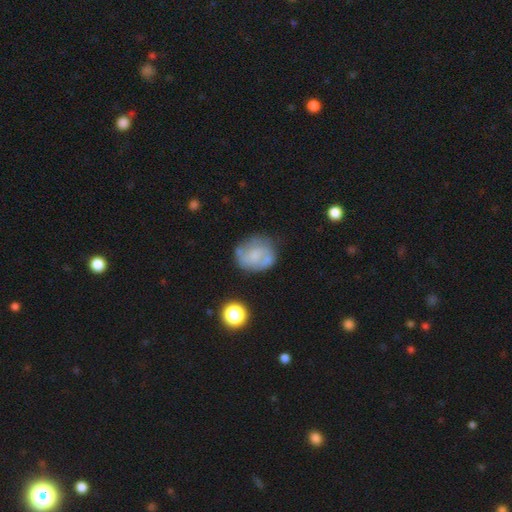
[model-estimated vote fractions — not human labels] Overall: featured or disk (47%; smooth 43%). Merging: none (58%; minor disturbance 23%).